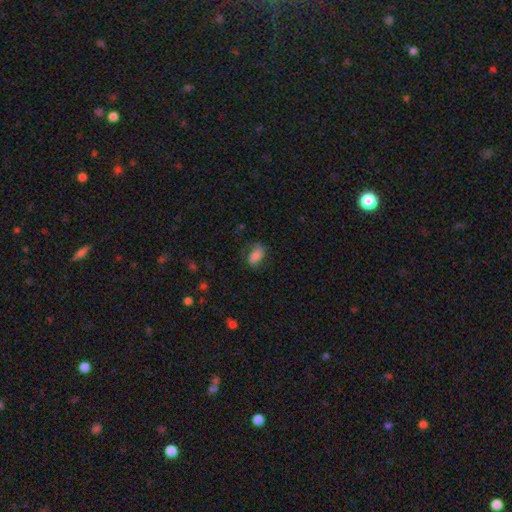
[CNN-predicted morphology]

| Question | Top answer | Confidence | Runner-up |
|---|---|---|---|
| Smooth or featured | smooth | 67% | featured or disk (24%) |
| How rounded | in between | 89% | round (8%) |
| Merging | none | 63% | minor disturbance (24%) |